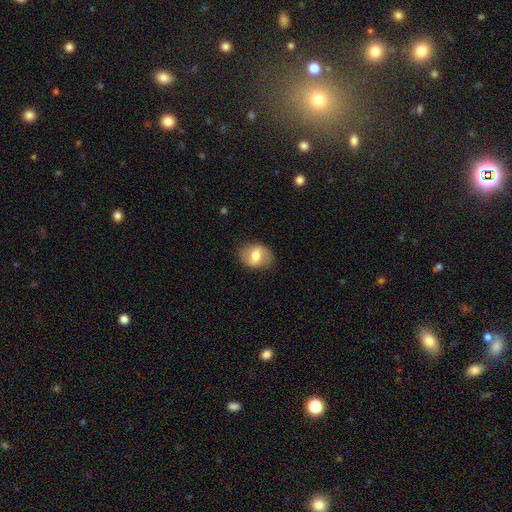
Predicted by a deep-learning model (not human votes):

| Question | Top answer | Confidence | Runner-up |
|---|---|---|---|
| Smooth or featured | smooth | 57% | featured or disk (35%) |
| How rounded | in between | 61% | round (38%) |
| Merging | none | 81% | minor disturbance (13%) |